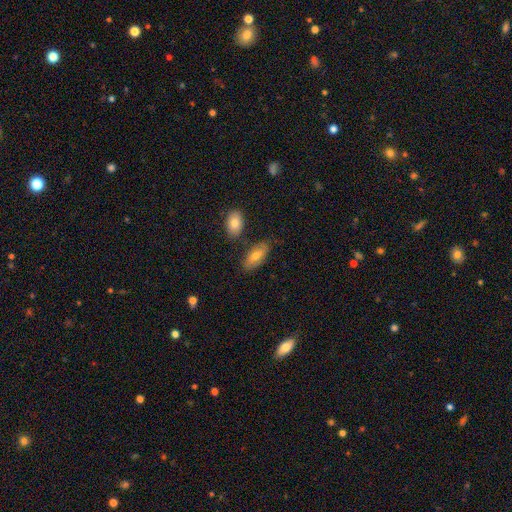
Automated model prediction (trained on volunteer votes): Smooth or featured? smooth (65%)
How rounded? in between (87%)
Merging? none (76%)